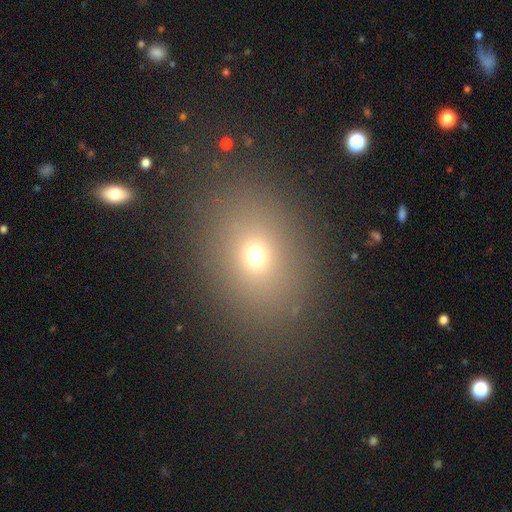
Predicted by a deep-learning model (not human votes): Q: Smooth or featured?
A: smooth (68%); runner-up: star or artifact (21%)
Q: How rounded?
A: in between (57%); runner-up: round (42%)
Q: Merging?
A: none (84%); runner-up: minor disturbance (9%)